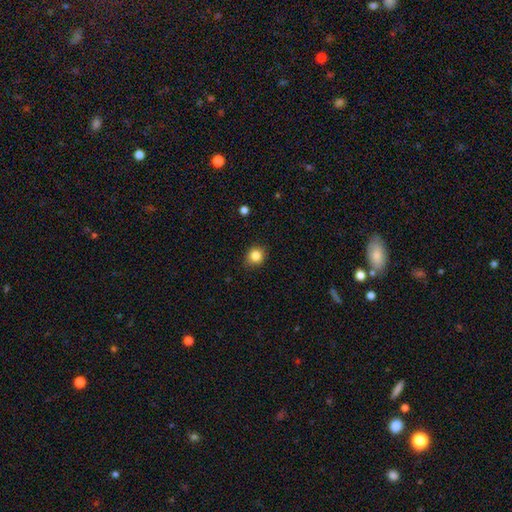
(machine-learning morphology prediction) Overall: smooth (84%). How rounded: round (81%). Merging: none (87%).